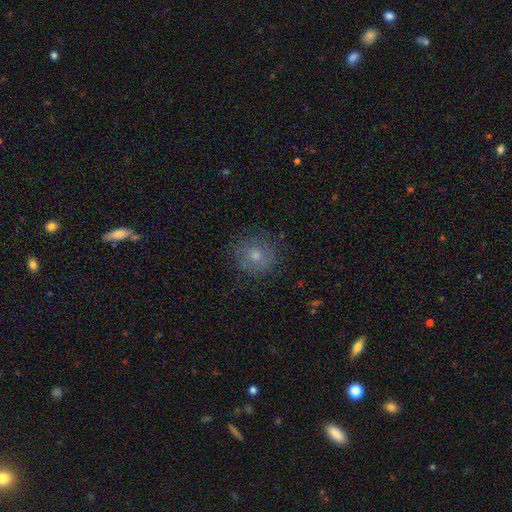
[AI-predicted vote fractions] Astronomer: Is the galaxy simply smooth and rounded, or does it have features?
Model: smooth — 50% (runner-up: featured or disk, 33%).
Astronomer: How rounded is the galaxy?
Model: round — 87%.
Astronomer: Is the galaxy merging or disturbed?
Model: none — 79%.